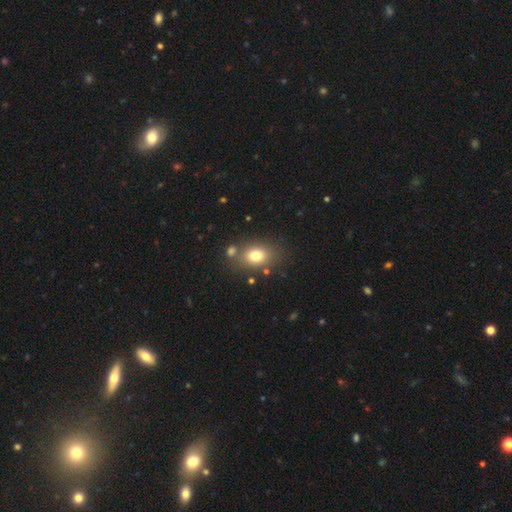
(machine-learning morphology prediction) Smooth or featured?
  - smooth: 77% *
  - star or artifact: 12%
  - featured or disk: 11%
How rounded?
  - in between: 65% *
  - round: 34%
  - cigar-shaped: 1%
Merging?
  - none: 71% *
  - merger: 13%
  - minor disturbance: 12%
  - major disturbance: 4%